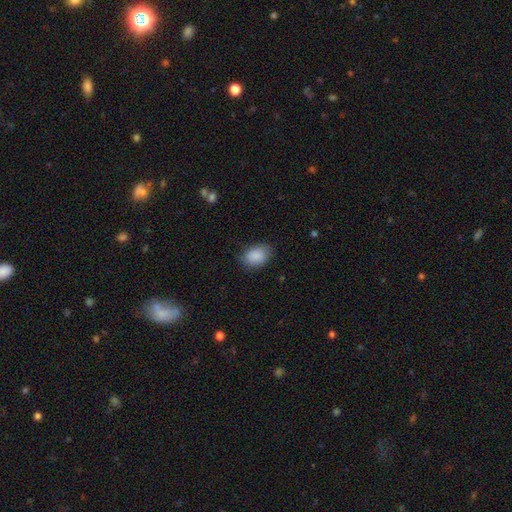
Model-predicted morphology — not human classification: The model was most divided on "how rounded": in between: 78%, round: 21%, cigar-shaped: 1%. More confident: smooth or featured — smooth (89%); merging — none (78%).